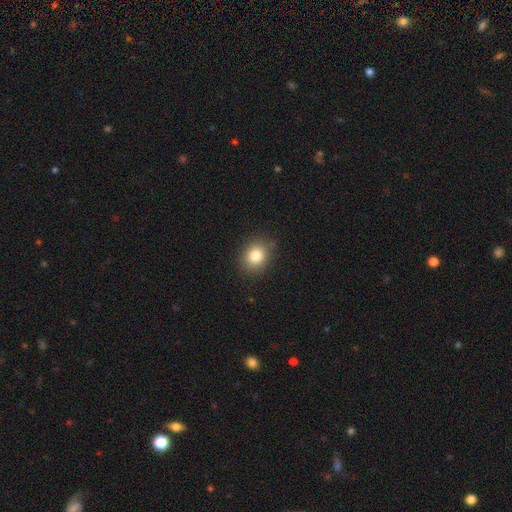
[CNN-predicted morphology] smooth_or_featured: smooth (p=0.82) [alt: star or artifact p=0.11]
how_rounded: round (p=0.62) [alt: in between p=0.37]
merging: none (p=0.86) [alt: minor disturbance p=0.10]